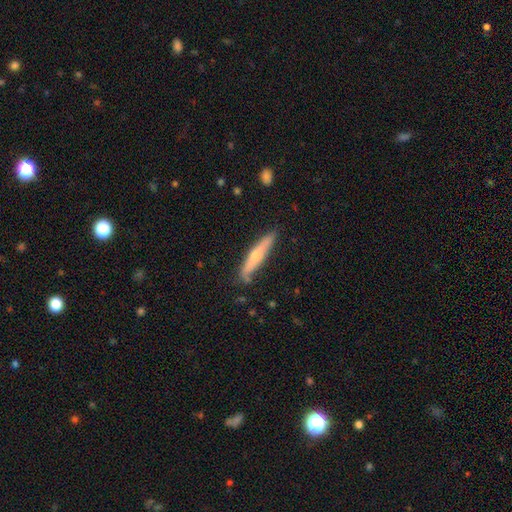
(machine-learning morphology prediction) A featured or disk galaxy (49%).

Vote fractions:
- Smooth or featured? featured or disk: 49% / smooth: 45% / star or artifact: 6%
- Merging? none: 81% / minor disturbance: 14% / major disturbance: 2% / merger: 2%